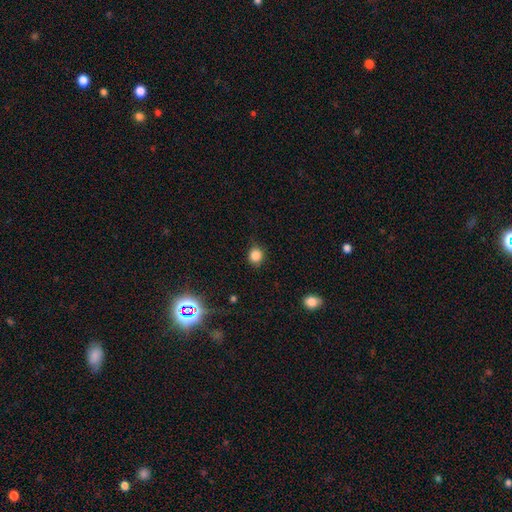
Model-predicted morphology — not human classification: A smooth galaxy with no disk features (84%) that is round (82%).

Vote fractions:
- Smooth or featured? smooth: 84% / star or artifact: 12% / featured or disk: 4%
- How rounded? round: 82% / in between: 17% / cigar-shaped: 1%
- Merging? none: 84% / minor disturbance: 12% / major disturbance: 3% / merger: 1%